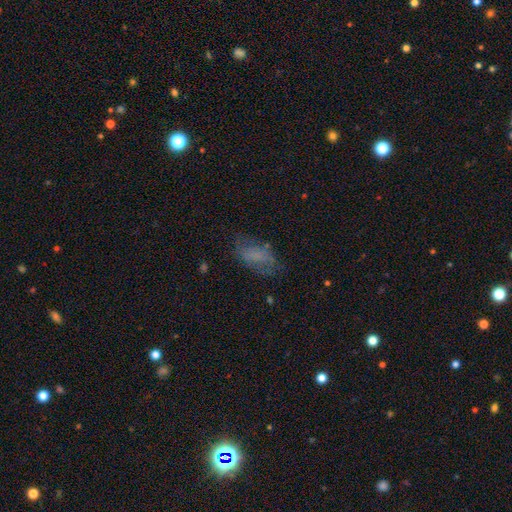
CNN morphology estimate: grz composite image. It shows a smooth galaxy with no disk features (61%) that is in between round and cigar-shaped (89%). Merging: none (57%).